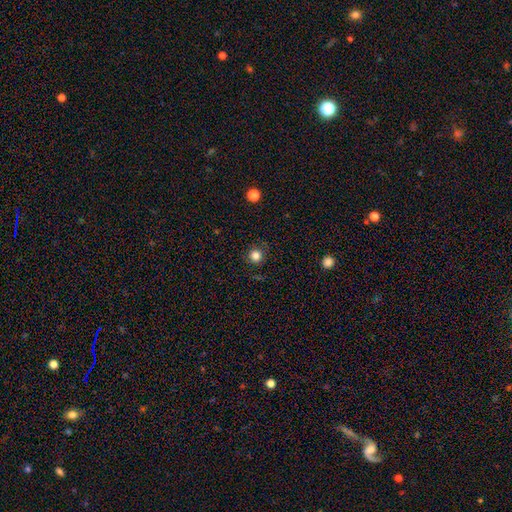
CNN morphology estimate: The model was most divided on "smooth or featured": smooth: 82%, star or artifact: 12%, featured or disk: 5%. More confident: how rounded — round (94%); merging — none (87%).